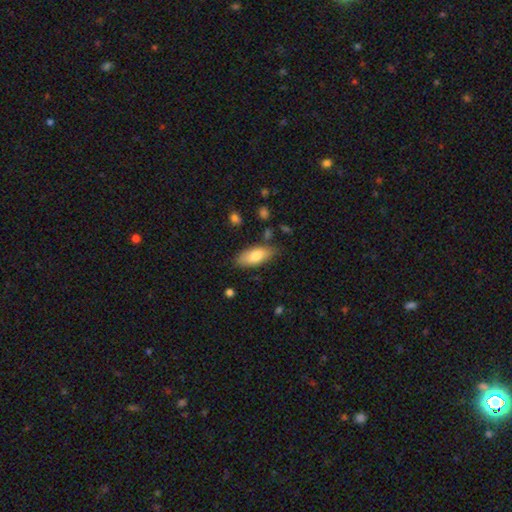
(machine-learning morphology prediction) smooth-or-featured: smooth: 79% | featured or disk: 15% | star or artifact: 6%
  how-rounded: in between: 85% | cigar-shaped: 13% | round: 2%
  merging: none: 77% | minor disturbance: 17% | major disturbance: 3% | merger: 3%